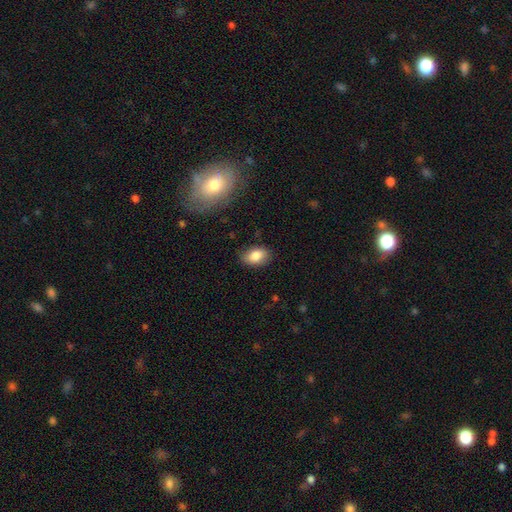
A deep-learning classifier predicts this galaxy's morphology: smooth-or-featured: smooth: 83% | featured or disk: 9% | star or artifact: 8%
  how-rounded: in between: 87% | round: 11% | cigar-shaped: 2%
  merging: none: 83% | minor disturbance: 13% | major disturbance: 3% | merger: 1%